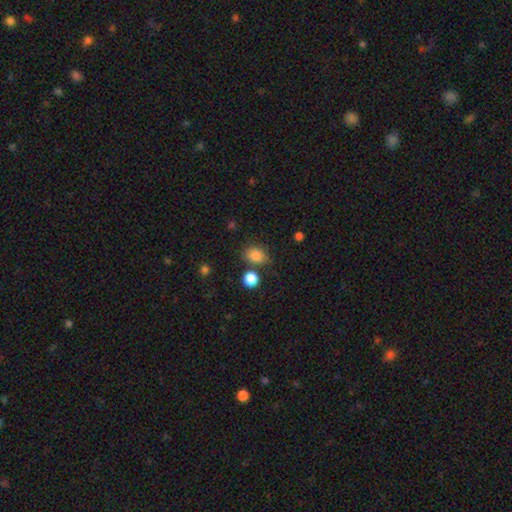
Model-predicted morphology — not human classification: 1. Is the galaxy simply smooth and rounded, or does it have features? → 82% smooth, 11% star or artifact, 7% featured or disk.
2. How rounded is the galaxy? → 55% in between, 43% round, 1% cigar-shaped.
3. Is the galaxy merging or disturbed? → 68% none, 17% minor disturbance, 10% merger, 5% major disturbance.